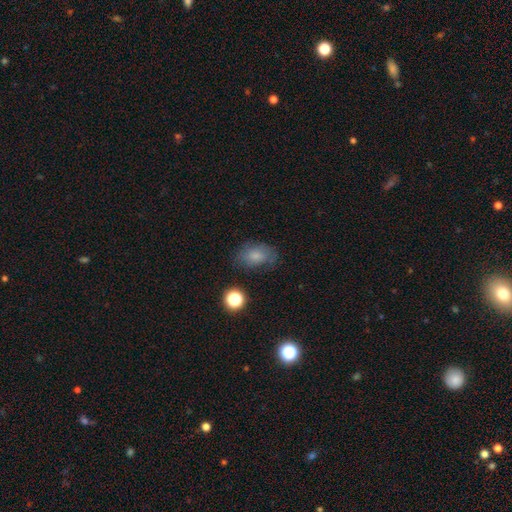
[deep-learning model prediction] Smooth or featured?
  - smooth: 76% *
  - featured or disk: 13%
  - star or artifact: 11%
How rounded?
  - in between: 81% *
  - round: 18%
  - cigar-shaped: 1%
Merging?
  - none: 67% *
  - minor disturbance: 22%
  - major disturbance: 8%
  - merger: 2%